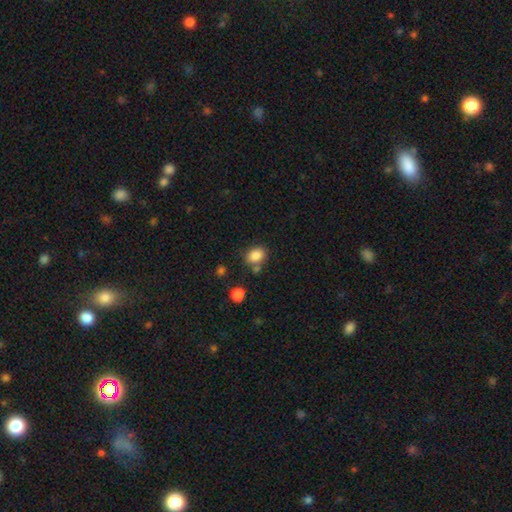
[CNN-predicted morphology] This appears to be a smooth galaxy with no disk features (85%) that is in between round and cigar-shaped (69%). Merging: none (70%).